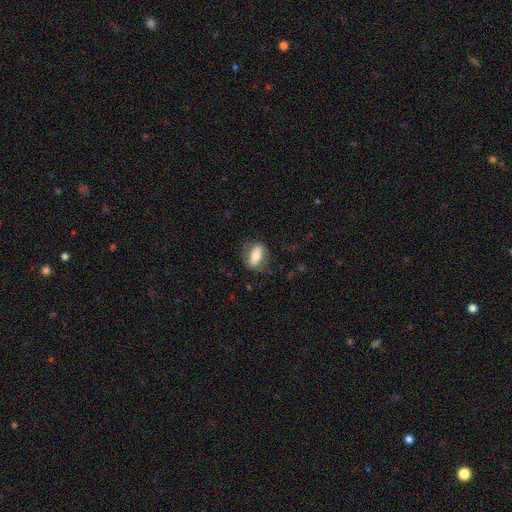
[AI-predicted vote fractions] Smooth or featured: smooth — 59% (featured or disk — 34%)
How rounded: in between — 79% (cigar-shaped — 12%)
Merging: none — 71% (minor disturbance — 19%)